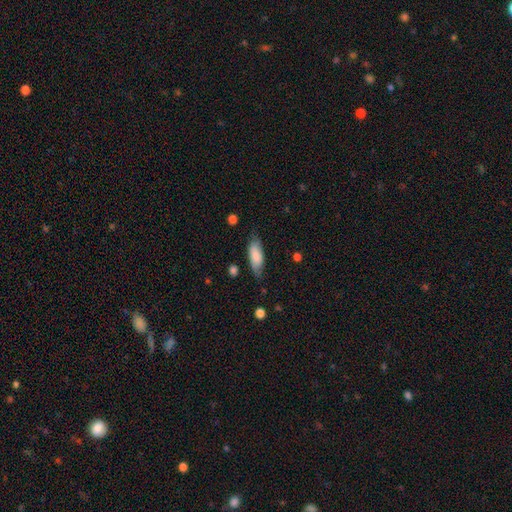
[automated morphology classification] This is clearly a smooth galaxy (80%). How rounded: likely in between (74%). Merging: likely none (71%).